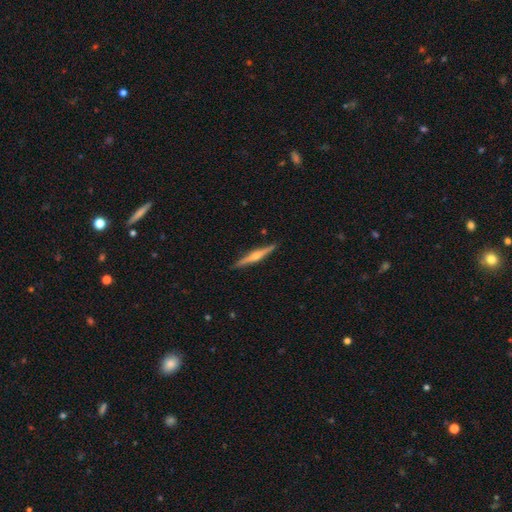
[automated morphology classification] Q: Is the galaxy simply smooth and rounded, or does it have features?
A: featured or disk — 77%.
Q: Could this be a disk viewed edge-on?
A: yes — 98%.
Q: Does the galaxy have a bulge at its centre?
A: rounded — 88%.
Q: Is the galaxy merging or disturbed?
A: none — 92%.